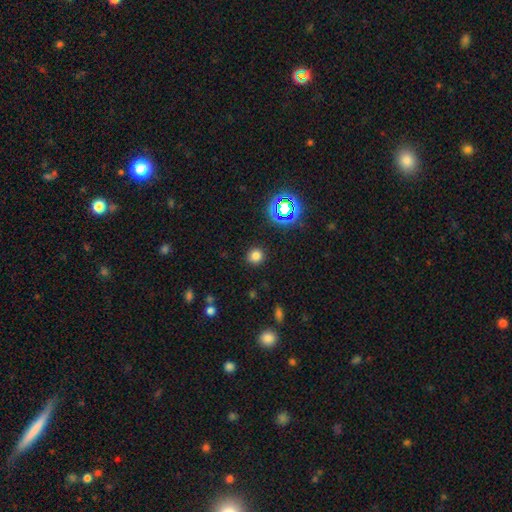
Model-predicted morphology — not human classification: smooth_or_featured: smooth (p=0.76) [alt: star or artifact p=0.19]
how_rounded: round (p=0.91) [alt: in between p=0.08]
merging: none (p=0.90) [alt: minor disturbance p=0.06]